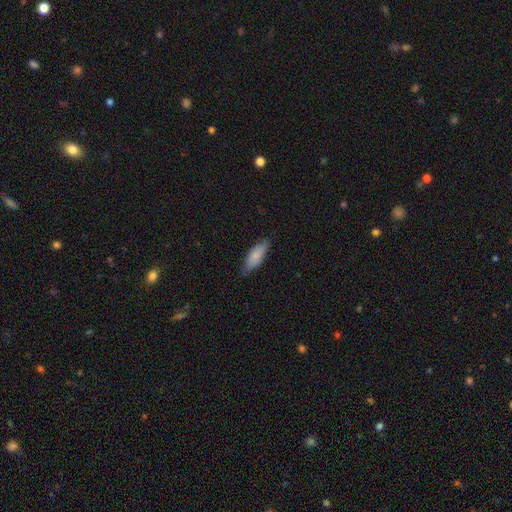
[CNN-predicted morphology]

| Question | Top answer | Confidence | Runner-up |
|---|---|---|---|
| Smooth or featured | smooth | 83% | featured or disk (12%) |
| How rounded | in between | 63% | cigar-shaped (35%) |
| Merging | none | 80% | minor disturbance (16%) |